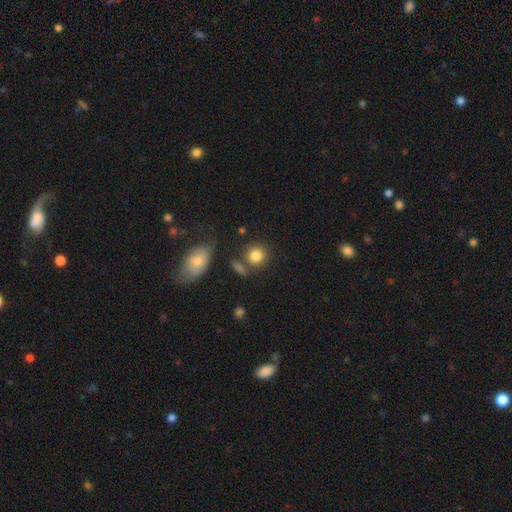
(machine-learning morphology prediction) Q: Smooth or featured?
A: smooth (83%); runner-up: star or artifact (10%)
Q: How rounded?
A: round (82%); runner-up: in between (17%)
Q: Merging?
A: none (70%); runner-up: merger (14%)